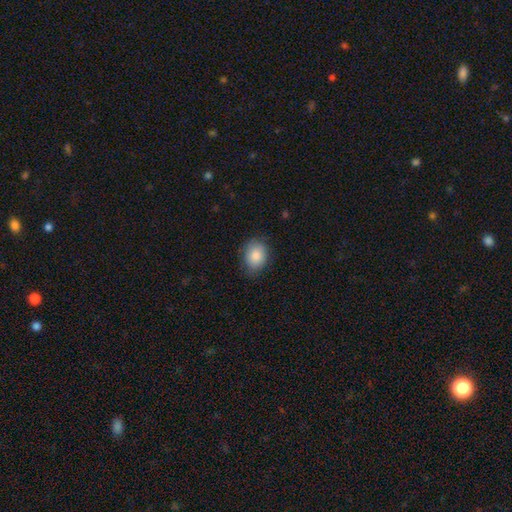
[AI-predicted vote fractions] A smooth galaxy with no disk features (86%) that is in between round and cigar-shaped (62%). Merging: none (80%).